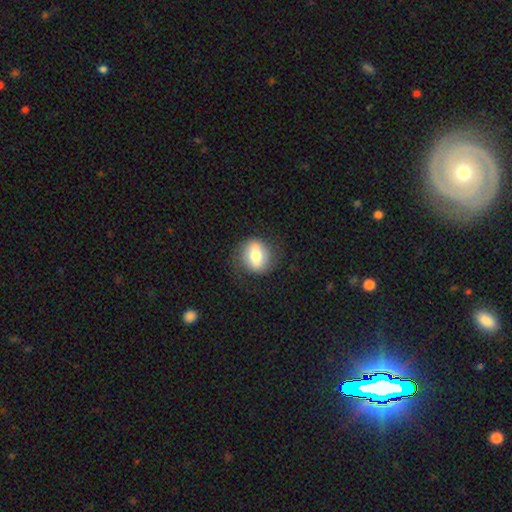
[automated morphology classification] A smooth galaxy with no disk features (59%) that is round (68%). Merging: none (77%).